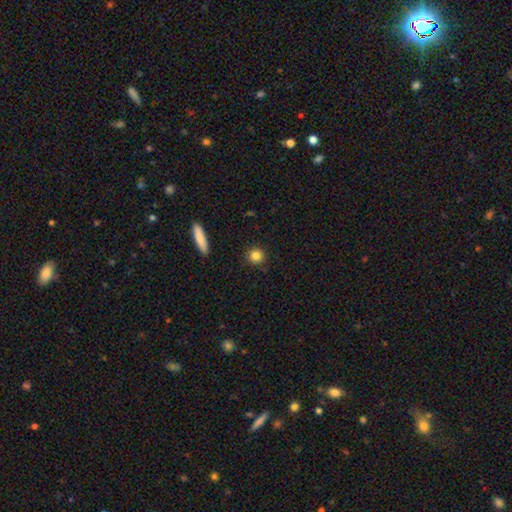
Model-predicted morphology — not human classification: This appears to be a smooth galaxy with no disk features (84%) that is round (90%). Merging: none (90%).